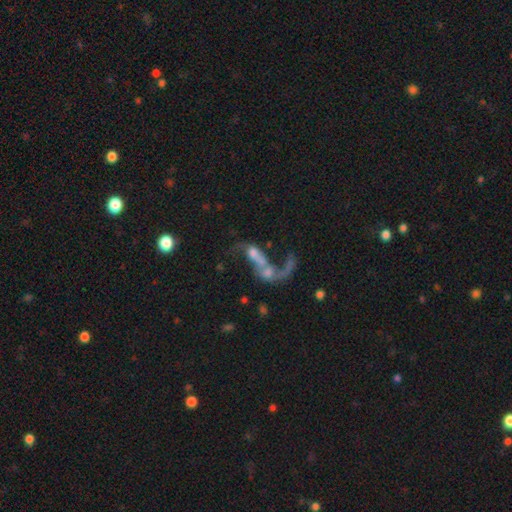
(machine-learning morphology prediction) Smooth or featured? Predicted: featured or disk (p=0.57). Edge-on disk? Predicted: no (p=0.94). Bar? Predicted: no (p=0.68). Spiral arms? Predicted: no (p=0.52). Bulge size? Predicted: none (p=0.39). Merging? Predicted: merger (p=0.61).